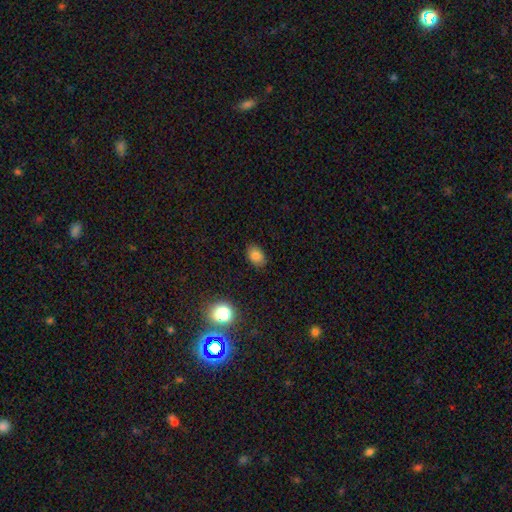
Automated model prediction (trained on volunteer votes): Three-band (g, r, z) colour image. It shows a smooth galaxy with no disk features (81%) that is in between round and cigar-shaped (80%). Merging: none (86%).